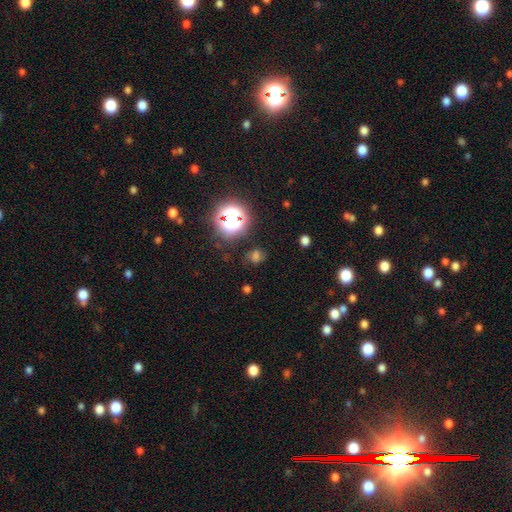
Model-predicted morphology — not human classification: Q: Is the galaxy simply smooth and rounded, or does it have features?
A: smooth — 57%.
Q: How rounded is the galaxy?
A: round — 56%.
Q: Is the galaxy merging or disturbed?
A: none — 68%.